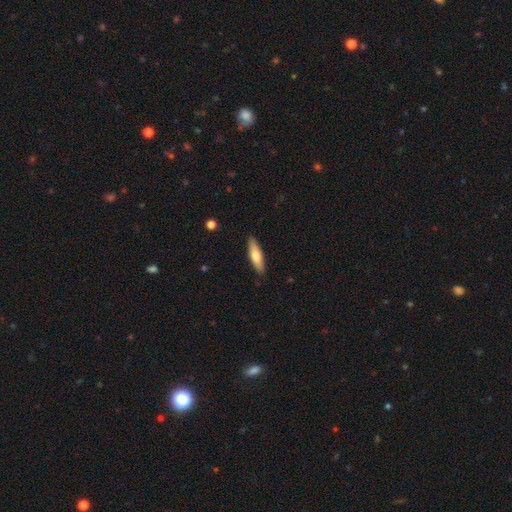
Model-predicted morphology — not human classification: Overall: smooth (67%; featured or disk 28%). How rounded: cigar-shaped (63%; in between 35%). Merging: none (89%).